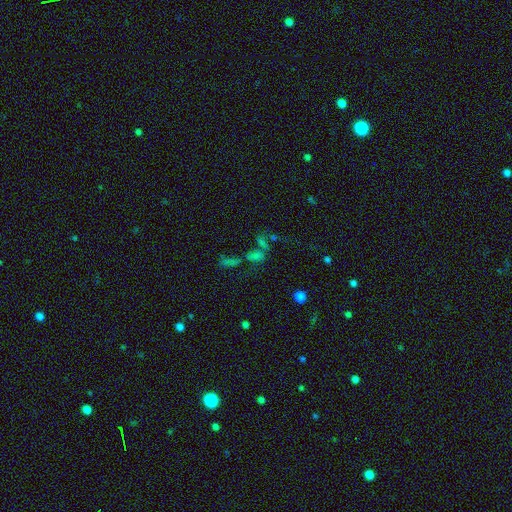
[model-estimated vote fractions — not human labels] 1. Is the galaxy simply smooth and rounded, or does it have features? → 47% star or artifact, 29% smooth, 24% featured or disk.